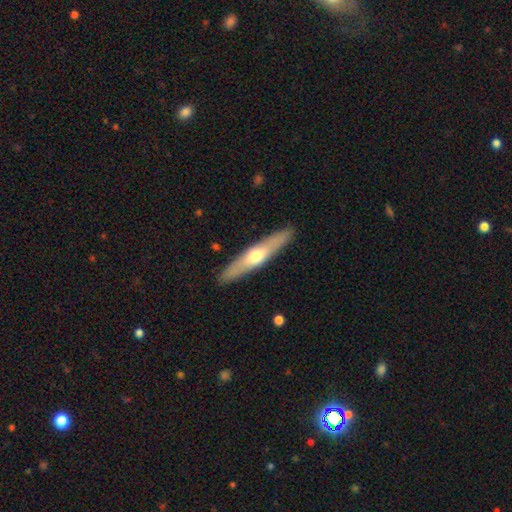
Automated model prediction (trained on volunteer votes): Smooth or featured: featured or disk — 51% (smooth — 44%)
Edge-on disk: yes — 88% (no — 12%)
Merging: none — 90% (minor disturbance — 7%)